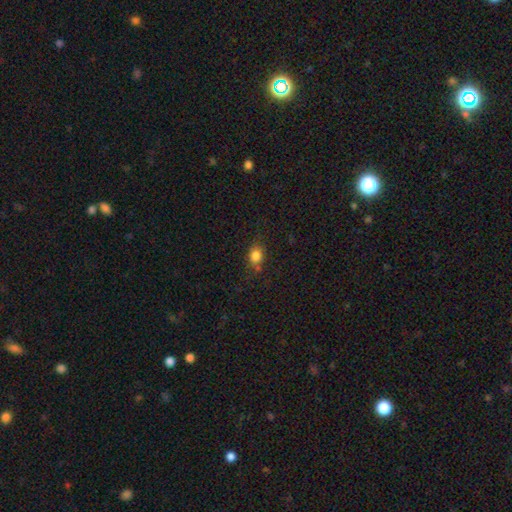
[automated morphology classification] smooth 82%, star or artifact 12%, featured or disk 7%. Down the decision tree: how rounded — in between (52%); merging — none (71%).